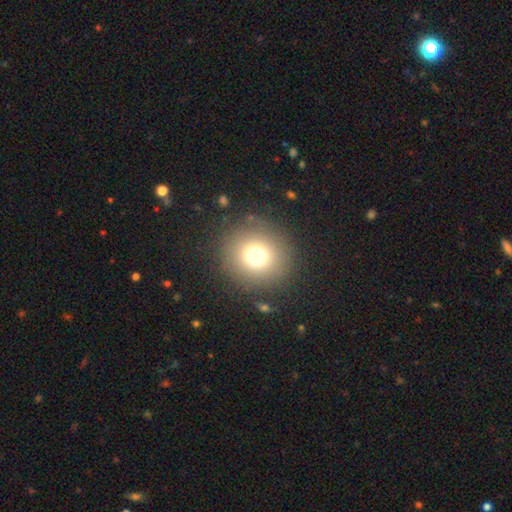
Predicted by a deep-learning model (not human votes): Smooth or featured: smooth — 73% (star or artifact — 16%)
How rounded: round — 91% (in between — 9%)
Merging: none — 86% (minor disturbance — 7%)